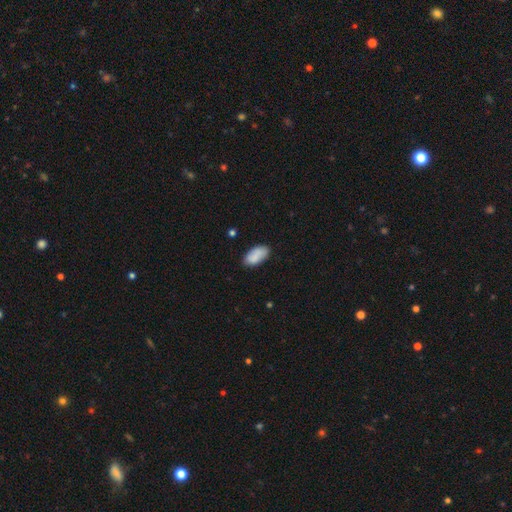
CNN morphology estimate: A smooth galaxy with no disk features (86%) that is in between round and cigar-shaped (93%). Merging: none (81%).